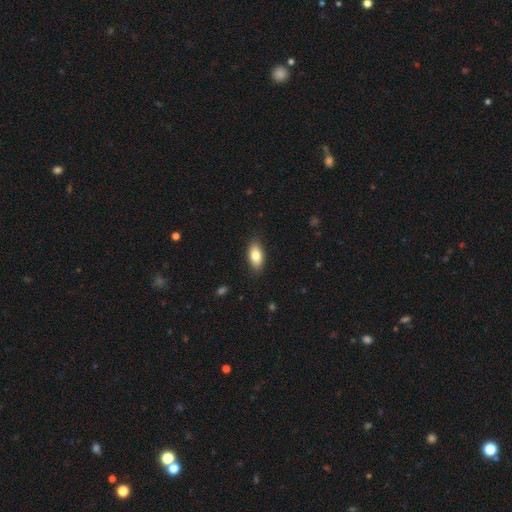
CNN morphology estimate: Smooth or featured? Predicted: smooth (p=0.82). How rounded? Predicted: in between (p=0.90). Merging? Predicted: none (p=0.87).